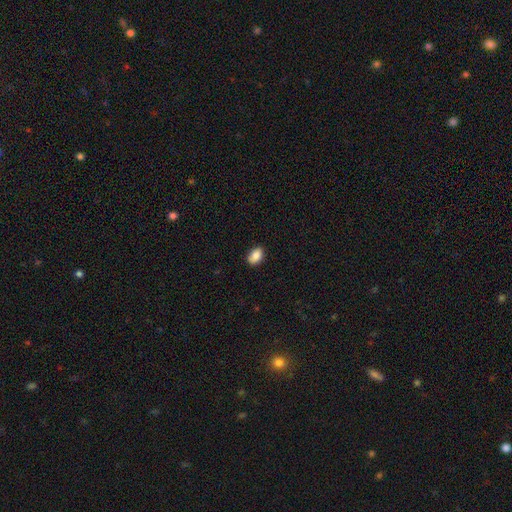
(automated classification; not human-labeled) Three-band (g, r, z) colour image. It shows a smooth galaxy with no disk features (88%) that is in between round and cigar-shaped (87%). Merging: none (87%).